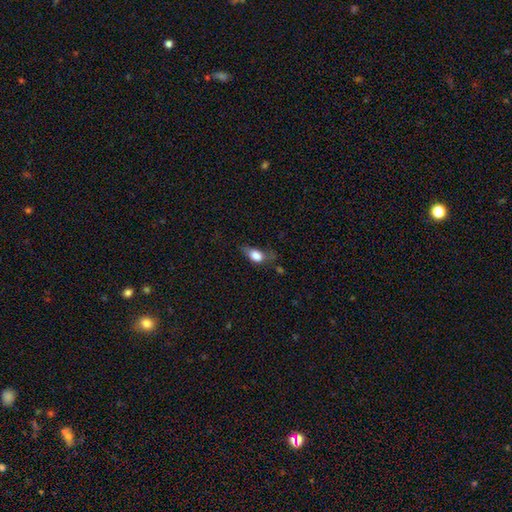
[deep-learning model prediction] A smooth galaxy with no disk features (80%) that is in between round and cigar-shaped (82%). Merging: none (38%).